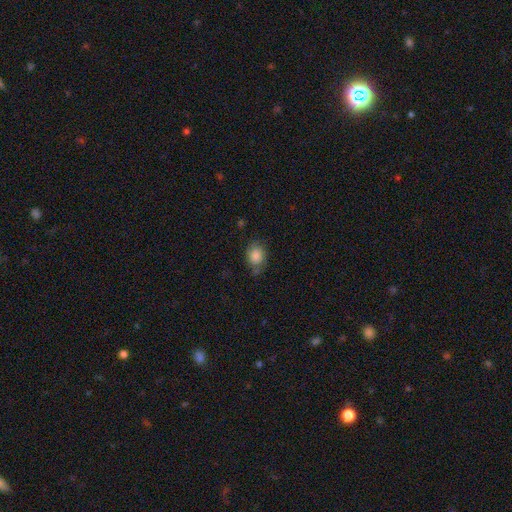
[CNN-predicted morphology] Q: Smooth or featured?
A: smooth (77%); runner-up: featured or disk (14%)
Q: How rounded?
A: round (51%); runner-up: in between (48%)
Q: Merging?
A: none (58%); runner-up: minor disturbance (30%)